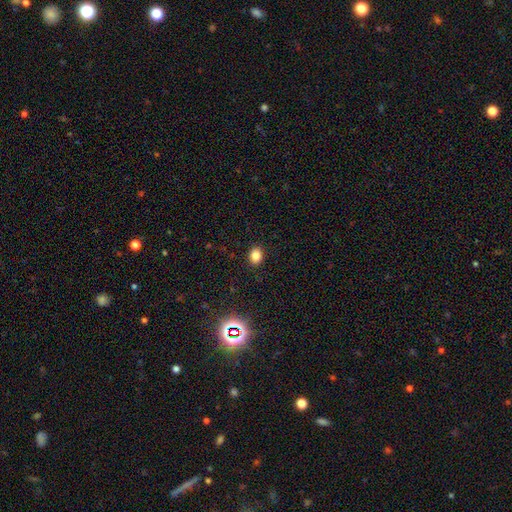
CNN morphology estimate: This is clearly a smooth galaxy (82%). How rounded: possibly in between (58%). Merging: clearly none (89%).